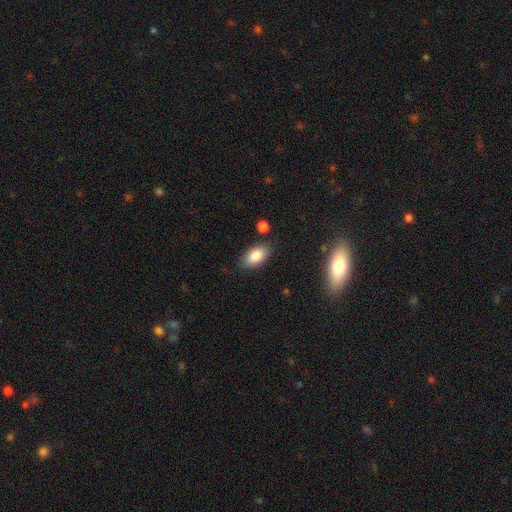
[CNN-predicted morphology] This appears to be a smooth galaxy with no disk features (85%) that is in between round and cigar-shaped (93%). Merging: none (81%).